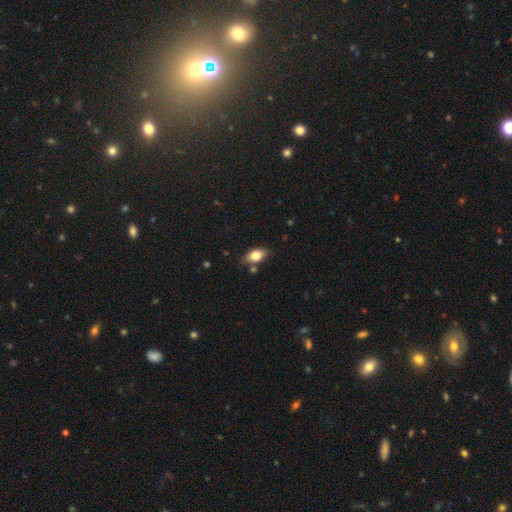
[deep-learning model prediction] Q: Smooth or featured?
A: smooth (74%); runner-up: featured or disk (18%)
Q: How rounded?
A: in between (86%); runner-up: round (8%)
Q: Merging?
A: none (75%); runner-up: minor disturbance (16%)